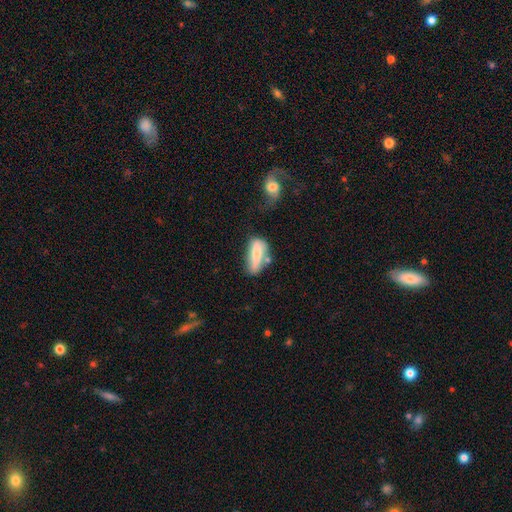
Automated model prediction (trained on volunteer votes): This is likely a smooth galaxy (67%). How rounded: possibly in between (50%). Merging: marginally none (41%).